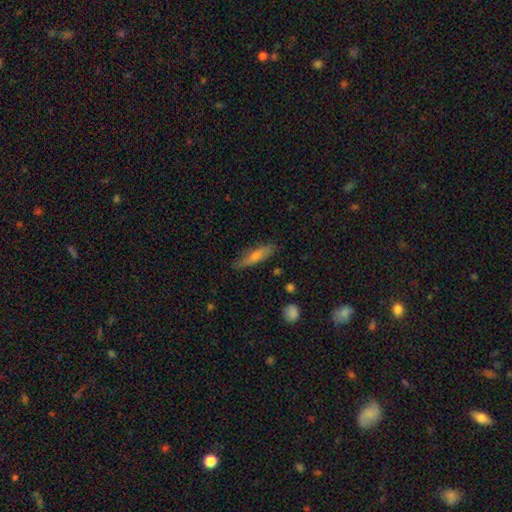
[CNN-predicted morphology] This appears to be a smooth galaxy with no disk features (57%) that is cigar-shaped (80%). Merging: none (81%).